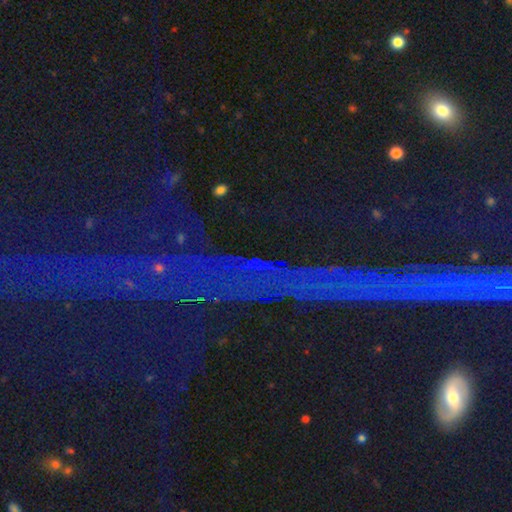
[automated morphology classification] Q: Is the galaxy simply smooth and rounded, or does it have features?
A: star or artifact — 82%.